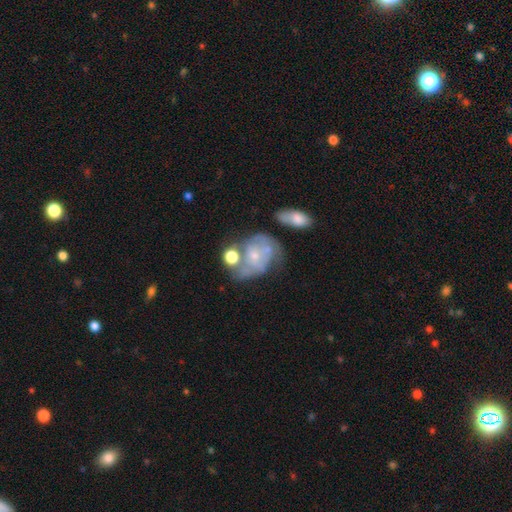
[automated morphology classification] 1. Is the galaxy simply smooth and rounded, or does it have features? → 60% featured or disk, 31% smooth, 9% star or artifact.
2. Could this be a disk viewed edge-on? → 97% no, 3% yes.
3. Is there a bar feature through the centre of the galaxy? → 75% no, 21% weak, 4% strong.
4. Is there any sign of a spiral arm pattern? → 56% yes, 44% no.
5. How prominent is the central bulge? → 65% small, 26% moderate, 6% none, 2% large, 1% dominant.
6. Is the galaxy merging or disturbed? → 30% none, 27% merger, 22% minor disturbance, 20% major disturbance.